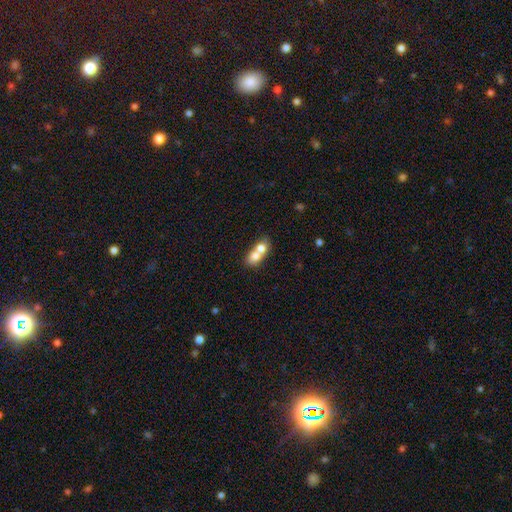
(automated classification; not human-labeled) Smooth or featured: smooth — 71% (featured or disk — 21%)
How rounded: in between — 61% (round — 35%)
Merging: merger — 74% (none — 18%)